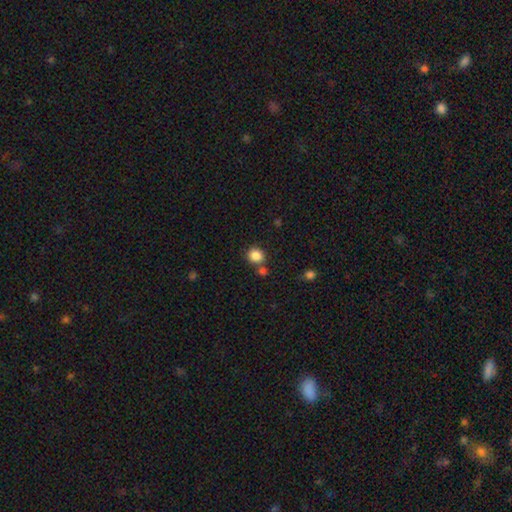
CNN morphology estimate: smooth-or-featured: smooth: 86% | star or artifact: 10% | featured or disk: 4%
  how-rounded: round: 81% | in between: 18% | cigar-shaped: 1%
  merging: none: 72% | merger: 16% | minor disturbance: 10% | major disturbance: 3%